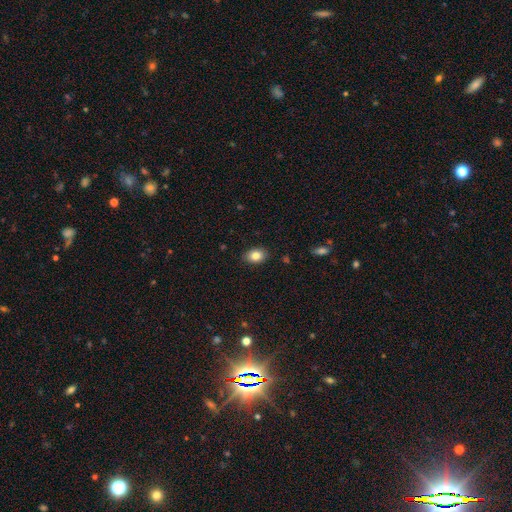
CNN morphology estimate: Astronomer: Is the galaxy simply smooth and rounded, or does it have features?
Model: smooth — 84%.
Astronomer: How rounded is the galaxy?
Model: in between — 75%.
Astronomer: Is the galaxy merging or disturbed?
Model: none — 88%.